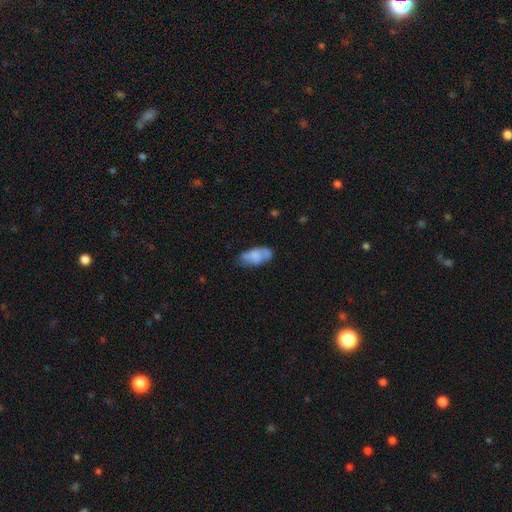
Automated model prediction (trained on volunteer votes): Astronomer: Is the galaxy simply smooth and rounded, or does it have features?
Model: smooth — 60%.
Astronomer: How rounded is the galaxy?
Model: in between — 89%.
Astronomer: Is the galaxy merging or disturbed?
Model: none — 52% (runner-up: minor disturbance, 29%).